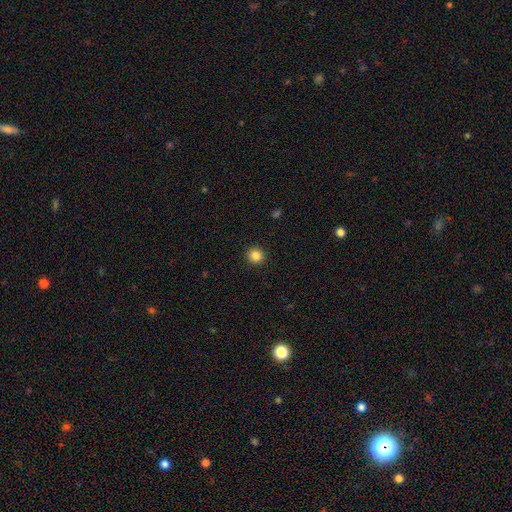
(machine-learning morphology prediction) Smooth or featured: smooth — 85% (star or artifact — 11%)
How rounded: round — 93% (in between — 6%)
Merging: none — 93% (minor disturbance — 5%)